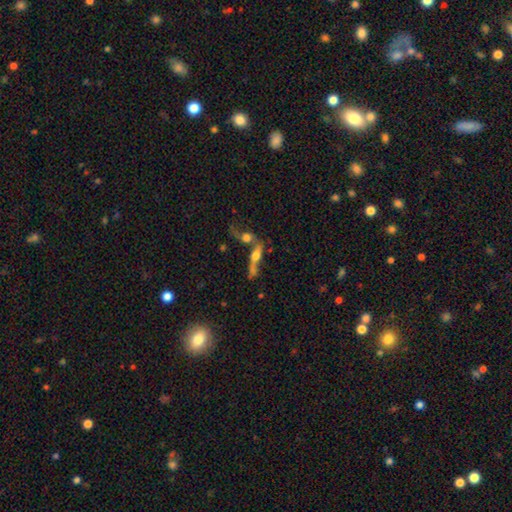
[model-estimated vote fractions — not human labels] A featured or disk galaxy (55%) viewed edge-on (55%).

Vote fractions:
- Smooth or featured? featured or disk: 55% / smooth: 33% / star or artifact: 12%
- Edge-on disk? yes: 55% / no: 45%
- Merging? merger: 59% / none: 23% / major disturbance: 10% / minor disturbance: 9%